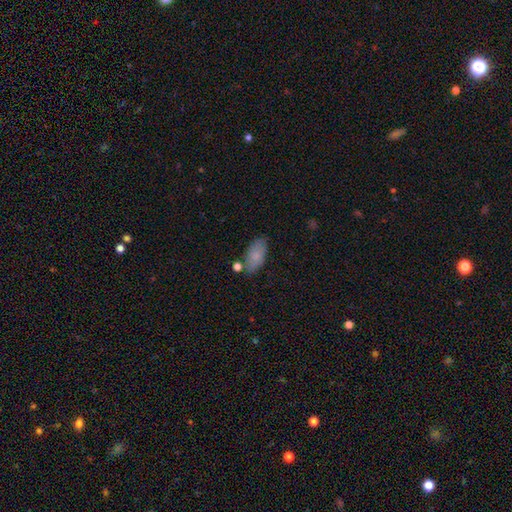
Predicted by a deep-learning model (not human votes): Q: Smooth or featured?
A: smooth (80%); runner-up: featured or disk (13%)
Q: How rounded?
A: in between (92%); runner-up: cigar-shaped (5%)
Q: Merging?
A: none (69%); runner-up: minor disturbance (18%)